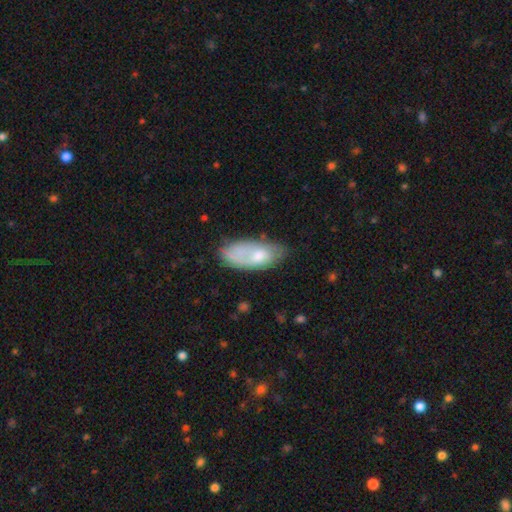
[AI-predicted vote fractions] This appears to be a smooth galaxy with no disk features (65%) that is in between round and cigar-shaped (88%). Merging: none (52%).